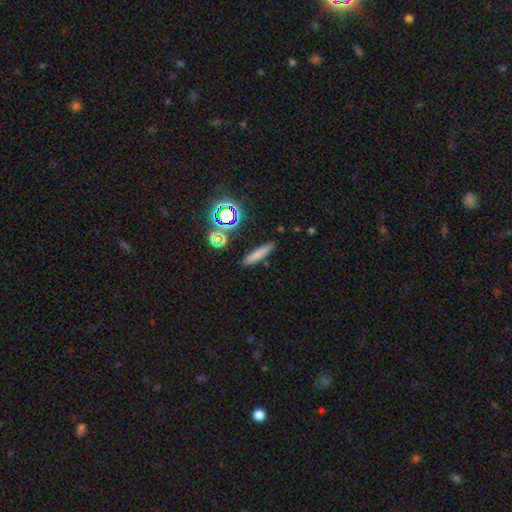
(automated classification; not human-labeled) Smooth or featured?
  - smooth: 71% *
  - star or artifact: 15%
  - featured or disk: 14%
How rounded?
  - cigar-shaped: 88% *
  - in between: 10%
  - round: 3%
Merging?
  - none: 87% *
  - minor disturbance: 9%
  - major disturbance: 2%
  - merger: 2%